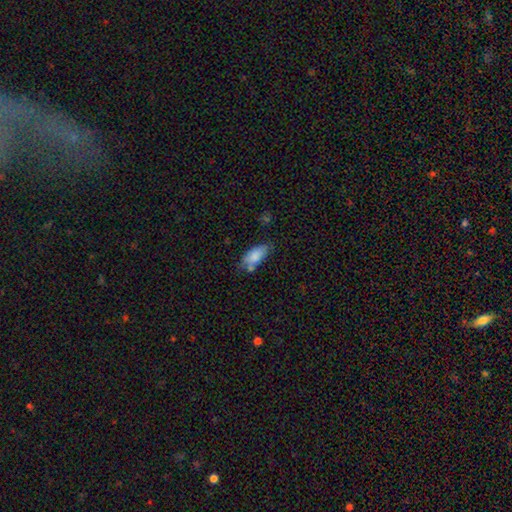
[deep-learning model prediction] A smooth galaxy with no disk features (82%) that is in between round and cigar-shaped (85%). Merging: none (53%).